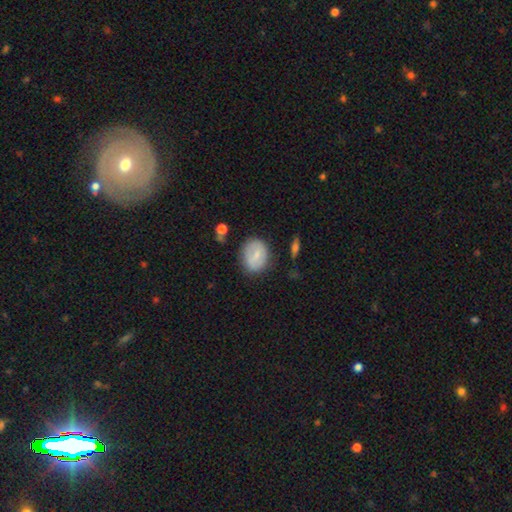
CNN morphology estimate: type=smooth (69%); roundness=round (58%); merging=none (75%).